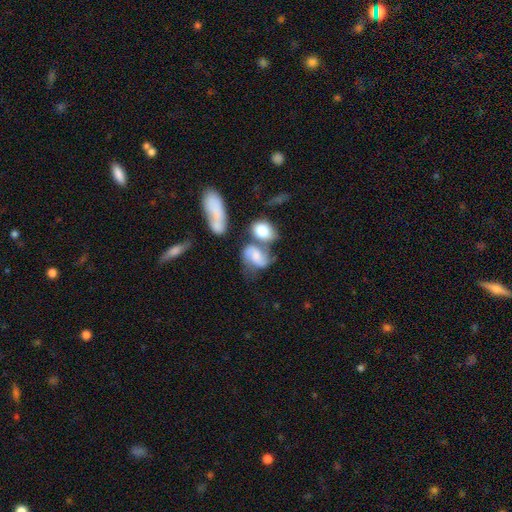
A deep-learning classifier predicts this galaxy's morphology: A featured or disk galaxy (57%) with no bar (55%), spiral arms (87%) and a moderate central bulge (39%).

Vote fractions:
- Smooth or featured? featured or disk: 57% / smooth: 34% / star or artifact: 9%
- Edge-on disk? no: 96% / yes: 4%
- Bar? no: 55% / weak: 36% / strong: 9%
- Spiral arms? yes: 87% / no: 13%
- Bulge size? moderate: 39% / small: 28% / none: 17% / large: 12% / dominant: 3%
- Merging? none: 36% / merger: 33% / minor disturbance: 18% / major disturbance: 14%